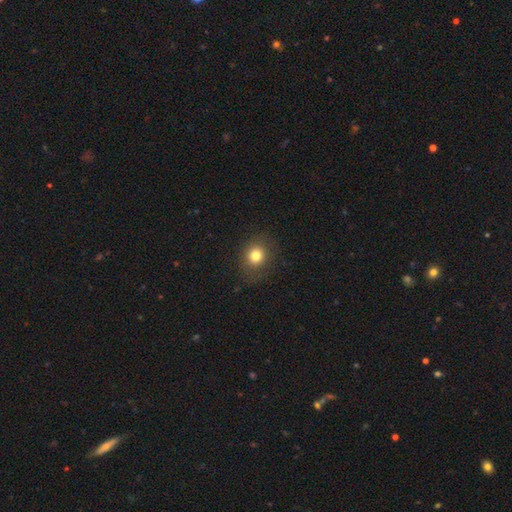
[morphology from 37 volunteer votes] Q: Smooth or featured?
A: smooth (92%); runner-up: star or artifact (5%)
Q: How rounded?
A: round (68%); runner-up: in between (32%)
Q: Merging?
A: none (74%); runner-up: minor disturbance (14%)